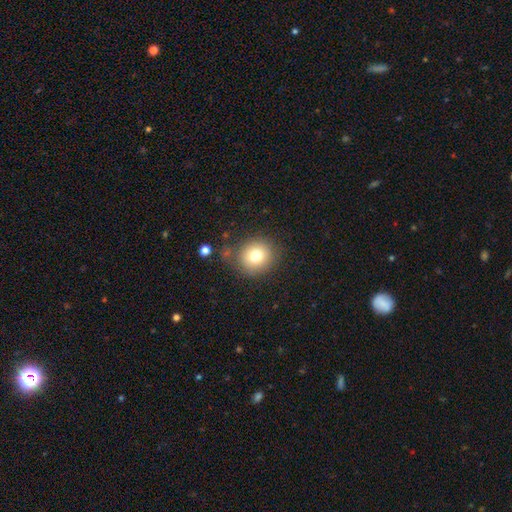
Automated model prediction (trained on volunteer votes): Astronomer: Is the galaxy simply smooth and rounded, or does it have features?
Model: smooth — 77%.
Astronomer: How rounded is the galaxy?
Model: round — 87%.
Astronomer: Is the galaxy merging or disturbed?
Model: none — 78%.